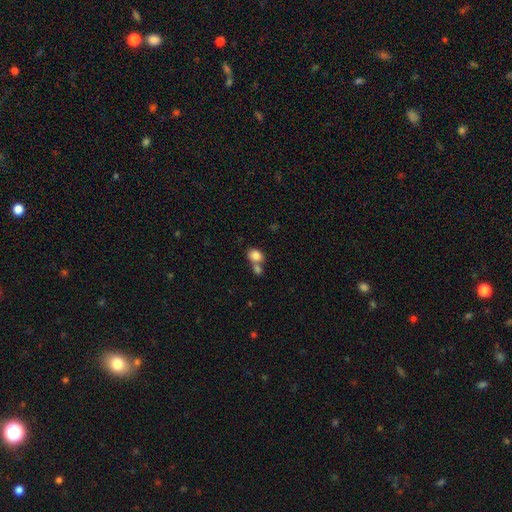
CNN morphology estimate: A smooth galaxy with no disk features (83%) that is in between round and cigar-shaped (64%).

Vote fractions:
- Smooth or featured? smooth: 83% / star or artifact: 9% / featured or disk: 8%
- How rounded? in between: 64% / round: 35% / cigar-shaped: 1%
- Merging? merger: 53% / none: 35% / minor disturbance: 9% / major disturbance: 4%